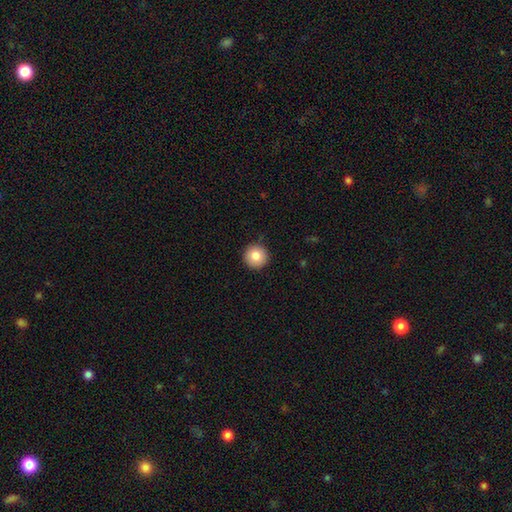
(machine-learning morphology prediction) A smooth galaxy with no disk features (84%) that is round (96%).

Vote fractions:
- Smooth or featured? smooth: 84% / star or artifact: 9% / featured or disk: 8%
- How rounded? round: 96% / in between: 3% / cigar-shaped: 1%
- Merging? none: 91% / minor disturbance: 6% / major disturbance: 2% / merger: 1%